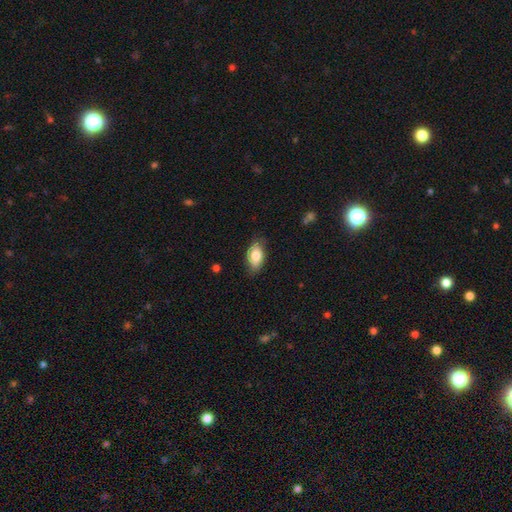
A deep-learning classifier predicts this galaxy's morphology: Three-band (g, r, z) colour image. It shows a smooth galaxy with no disk features (77%) that is in between round and cigar-shaped (92%). Merging: none (80%).